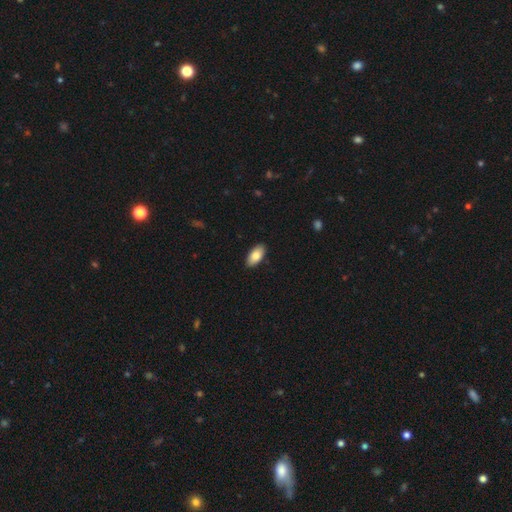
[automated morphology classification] A smooth galaxy with no disk features (81%) that is in between round and cigar-shaped (93%).

Vote fractions:
- Smooth or featured? smooth: 81% / featured or disk: 13% / star or artifact: 6%
- How rounded? in between: 93% / cigar-shaped: 4% / round: 2%
- Merging? none: 90% / minor disturbance: 8% / major disturbance: 2% / merger: 1%